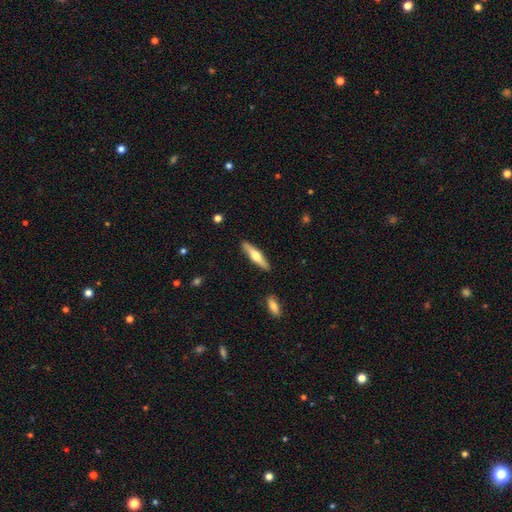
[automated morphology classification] A featured or disk galaxy (50%). Merging: none (89%).